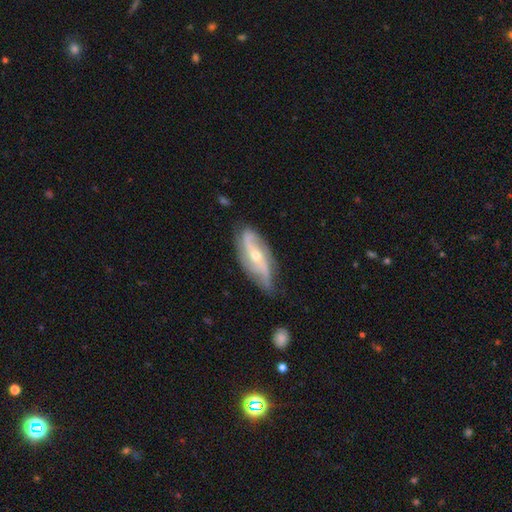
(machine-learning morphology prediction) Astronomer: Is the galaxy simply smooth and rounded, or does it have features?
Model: featured or disk — 82%.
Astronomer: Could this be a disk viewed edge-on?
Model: no — 90%.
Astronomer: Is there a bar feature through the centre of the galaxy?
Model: no — 54% (runner-up: weak, 31%).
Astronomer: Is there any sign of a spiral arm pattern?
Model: yes — 95%.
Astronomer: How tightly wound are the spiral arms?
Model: medium — 41% (runner-up: loose, 36%).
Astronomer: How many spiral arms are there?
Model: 2 — 63%.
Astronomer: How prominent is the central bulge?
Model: small — 56% (runner-up: moderate, 41%).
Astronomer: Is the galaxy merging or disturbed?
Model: none — 70%.